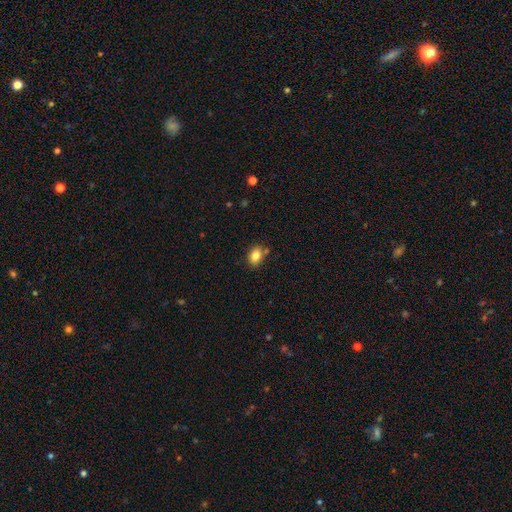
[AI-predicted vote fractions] smooth-or-featured: smooth: 84% | star or artifact: 10% | featured or disk: 7%
  how-rounded: in between: 73% | round: 25% | cigar-shaped: 1%
  merging: none: 75% | minor disturbance: 15% | merger: 7% | major disturbance: 3%